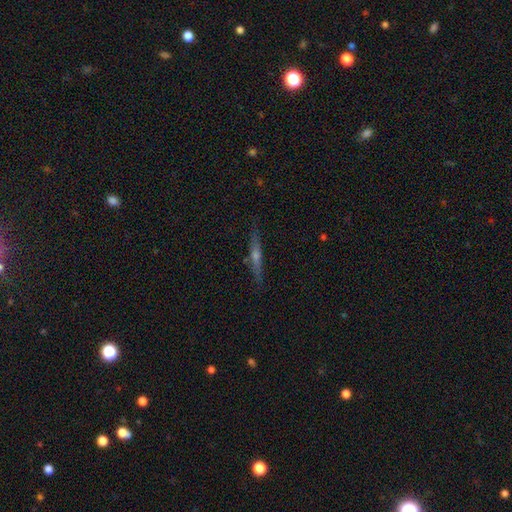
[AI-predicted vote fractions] Morphology: type=featured or disk (68%); edge-on=yes (96%); edge-on bulge=rounded (77%); merging=none (88%).